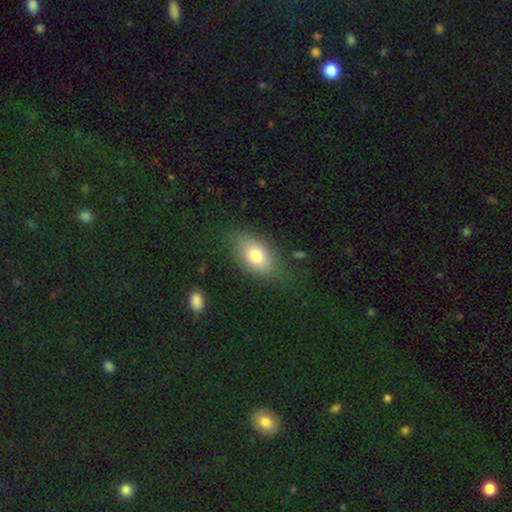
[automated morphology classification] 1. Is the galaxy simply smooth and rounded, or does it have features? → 78% smooth, 14% featured or disk, 8% star or artifact.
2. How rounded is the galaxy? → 88% in between, 9% round, 3% cigar-shaped.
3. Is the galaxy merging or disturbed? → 76% none, 16% minor disturbance, 6% major disturbance, 2% merger.